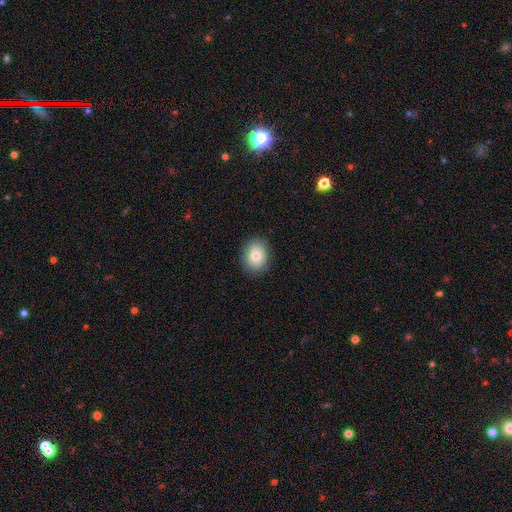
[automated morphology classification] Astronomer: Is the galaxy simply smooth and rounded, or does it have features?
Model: smooth — 79%.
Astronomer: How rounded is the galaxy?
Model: in between — 50% (runner-up: round, 49%).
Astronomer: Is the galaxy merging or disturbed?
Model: none — 87%.